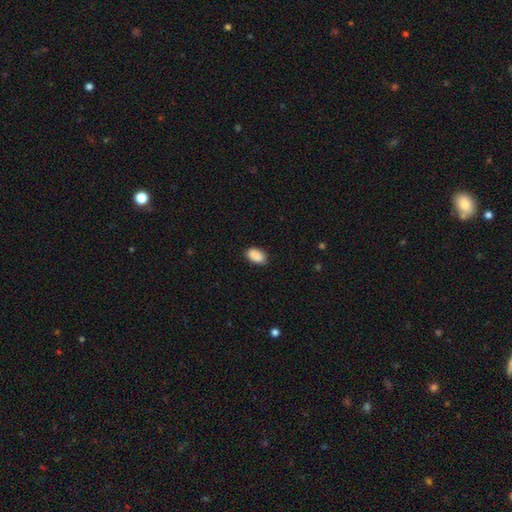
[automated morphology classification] The model was most divided on "merging": none: 84%, minor disturbance: 13%, major disturbance: 2%, merger: 1%. More confident: how rounded — in between (93%); smooth or featured — smooth (90%).